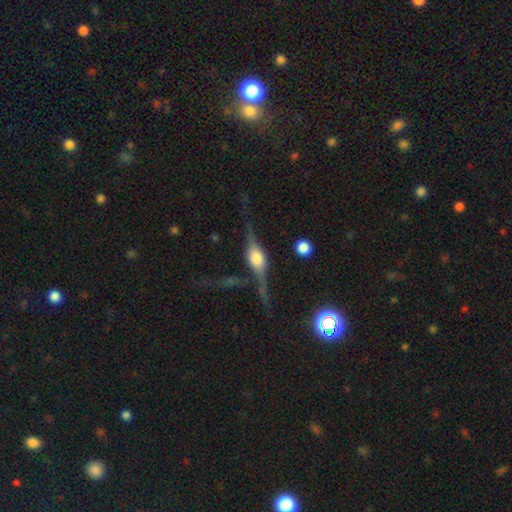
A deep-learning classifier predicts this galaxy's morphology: Smooth or featured? featured or disk (83%)
Edge-on disk? yes (89%)
Edge-on bulge? rounded (90%)
Merging? none (68%)